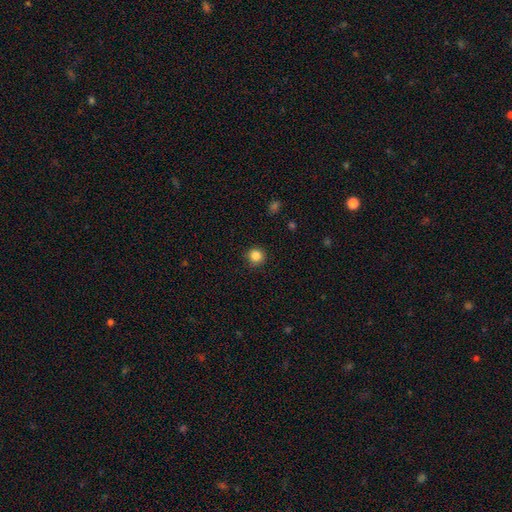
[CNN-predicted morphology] smooth 86%, star or artifact 11%, featured or disk 4%. Down the decision tree: how rounded — round (93%); merging — none (90%).